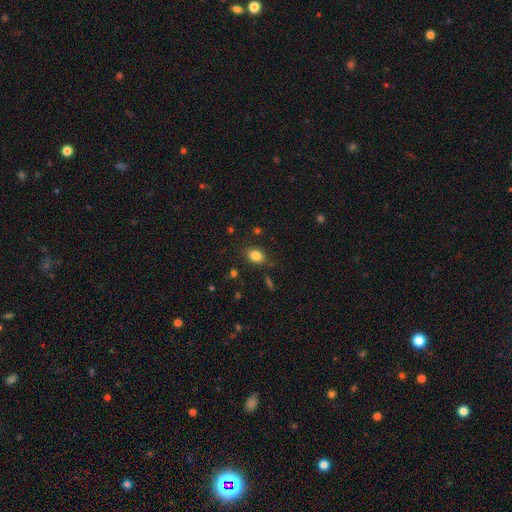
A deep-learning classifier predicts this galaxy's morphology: smooth_or_featured: smooth (p=0.82) [alt: star or artifact p=0.11]
how_rounded: in between (p=0.67) [alt: round p=0.32]
merging: none (p=0.82) [alt: minor disturbance p=0.12]